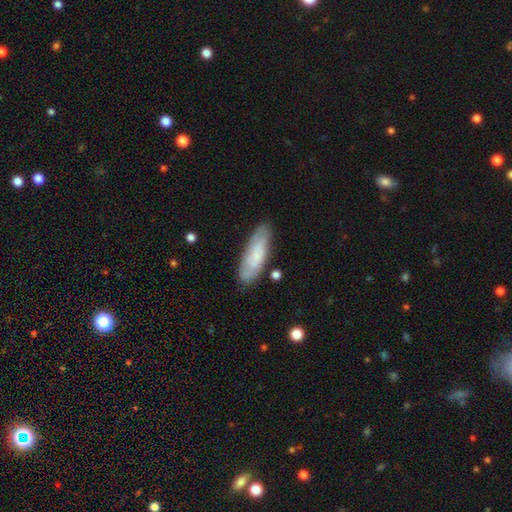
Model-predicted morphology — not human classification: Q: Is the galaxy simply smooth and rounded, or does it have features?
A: smooth — 55%.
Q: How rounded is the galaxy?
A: in between — 56%.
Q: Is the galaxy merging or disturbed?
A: none — 78%.